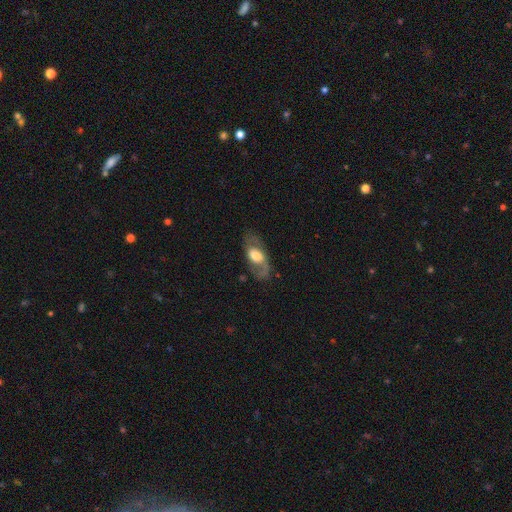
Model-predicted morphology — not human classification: Smooth or featured? featured or disk (64%)
Edge-on disk? no (89%)
Bar? no (56%)
Spiral arms? yes (74%)
Bulge size? moderate (45%)
Merging? none (65%)